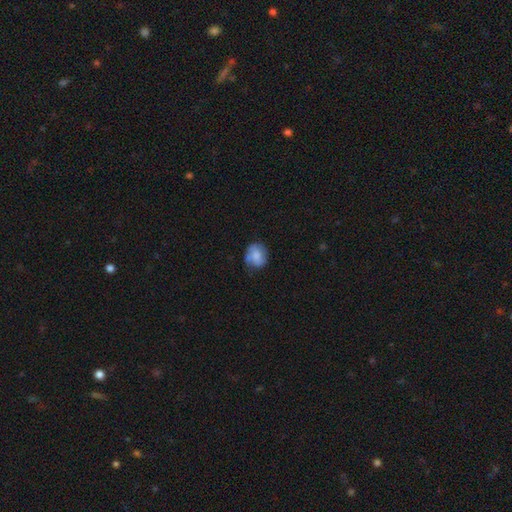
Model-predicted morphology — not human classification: smooth_or_featured: smooth (p=0.64) [alt: featured or disk p=0.28]
how_rounded: round (p=0.55) [alt: in between p=0.44]
merging: none (p=0.54) [alt: minor disturbance p=0.31]